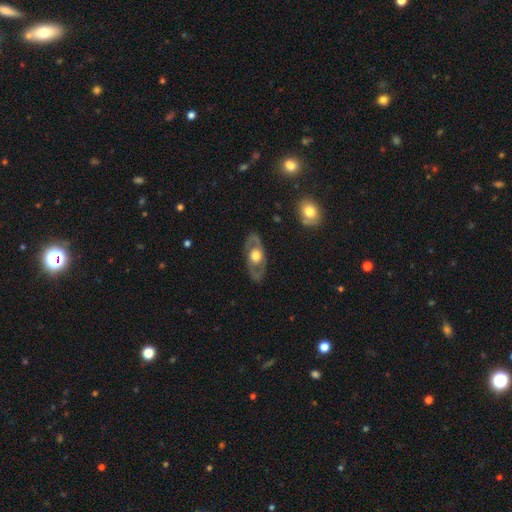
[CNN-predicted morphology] Q: Smooth or featured?
A: featured or disk (65%); runner-up: smooth (30%)
Q: Edge-on disk?
A: no (83%); runner-up: yes (17%)
Q: Bar?
A: no (84%); runner-up: weak (13%)
Q: Spiral arms?
A: no (65%); runner-up: yes (35%)
Q: Bulge size?
A: large (47%); runner-up: moderate (45%)
Q: Merging?
A: none (81%); runner-up: minor disturbance (13%)